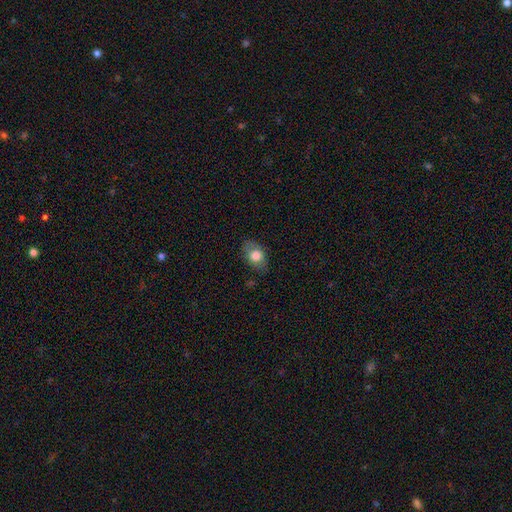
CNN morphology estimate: This appears to be a smooth galaxy with no disk features (74%) that is in between round and cigar-shaped (81%). Merging: none (77%).